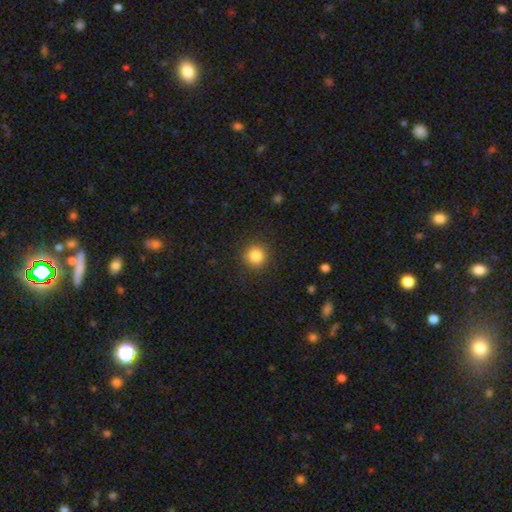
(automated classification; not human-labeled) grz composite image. It shows a smooth galaxy with no disk features (85%) that is round (94%). Merging: none (90%).